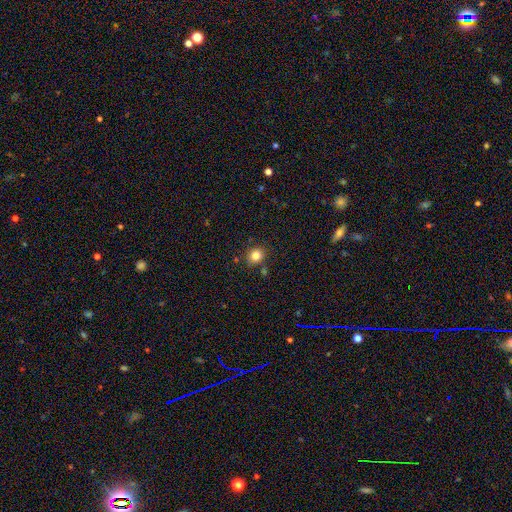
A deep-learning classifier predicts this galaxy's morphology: smooth-or-featured: smooth: 83% | star or artifact: 12% | featured or disk: 6%
  how-rounded: round: 77% | in between: 22% | cigar-shaped: 1%
  merging: none: 83% | minor disturbance: 10% | merger: 5% | major disturbance: 3%